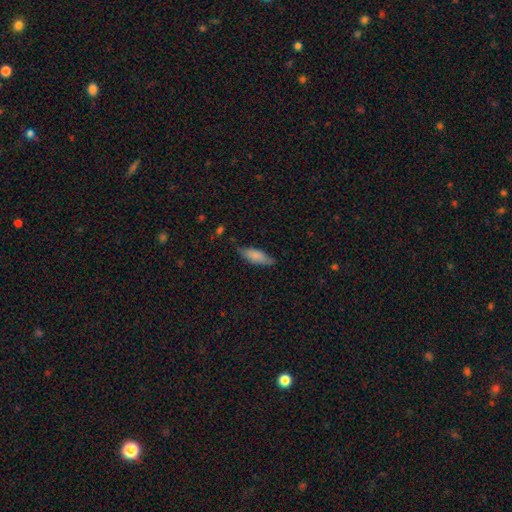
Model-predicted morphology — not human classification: This appears to be a smooth galaxy with no disk features (80%) that is in between round and cigar-shaped (57%). Merging: none (75%).